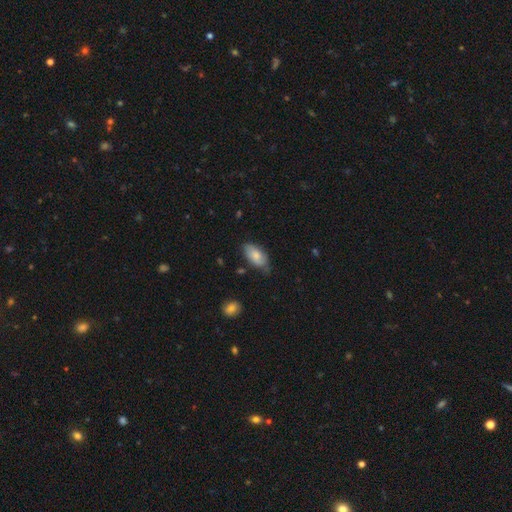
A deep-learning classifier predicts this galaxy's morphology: type=smooth (74%); roundness=in between (93%); merging=none (63%).